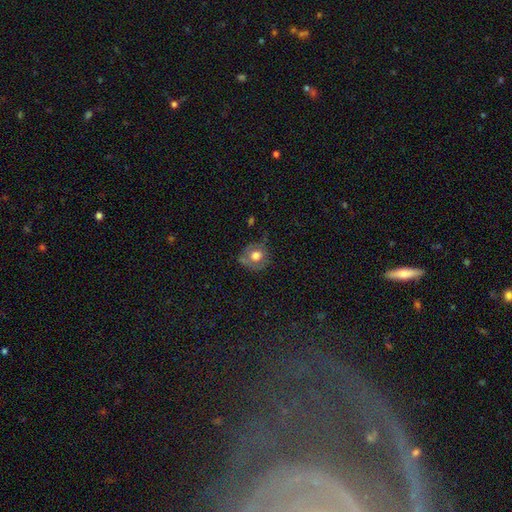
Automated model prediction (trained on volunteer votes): smooth-or-featured: smooth: 65% | featured or disk: 25% | star or artifact: 10%
  how-rounded: round: 74% | in between: 25% | cigar-shaped: 1%
  merging: none: 58% | minor disturbance: 27% | major disturbance: 12% | merger: 3%